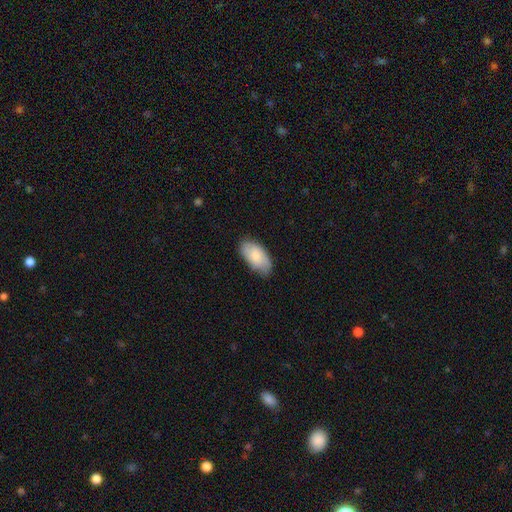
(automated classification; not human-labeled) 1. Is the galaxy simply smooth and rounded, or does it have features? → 74% smooth, 20% featured or disk, 6% star or artifact.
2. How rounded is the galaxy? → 94% in between, 3% cigar-shaped, 2% round.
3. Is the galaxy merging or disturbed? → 72% none, 23% minor disturbance, 4% major disturbance, 1% merger.